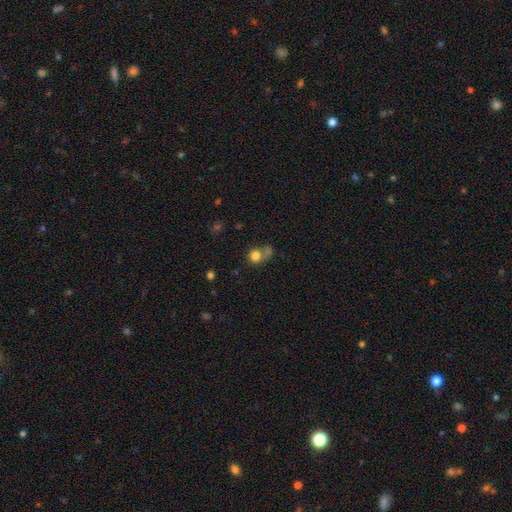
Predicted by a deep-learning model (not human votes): Smooth or featured? smooth (79%)
How rounded? round (79%)
Merging? none (39%)